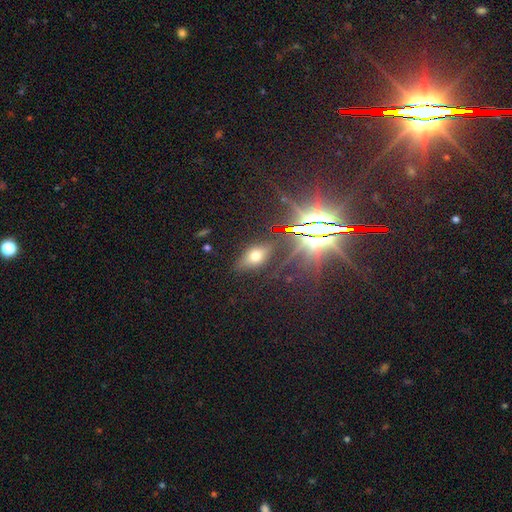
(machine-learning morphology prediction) type=smooth (50%); roundness=in between (81%); merging=none (79%).